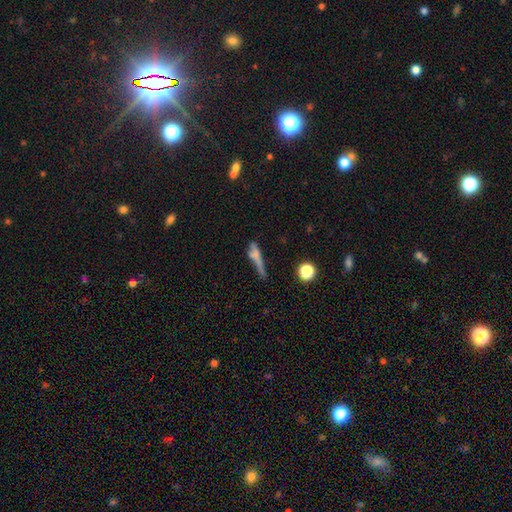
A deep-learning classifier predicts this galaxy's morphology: Smooth or featured: smooth — 56% (featured or disk — 30%)
How rounded: cigar-shaped — 77% (in between — 15%)
Merging: none — 46% (minor disturbance — 21%)